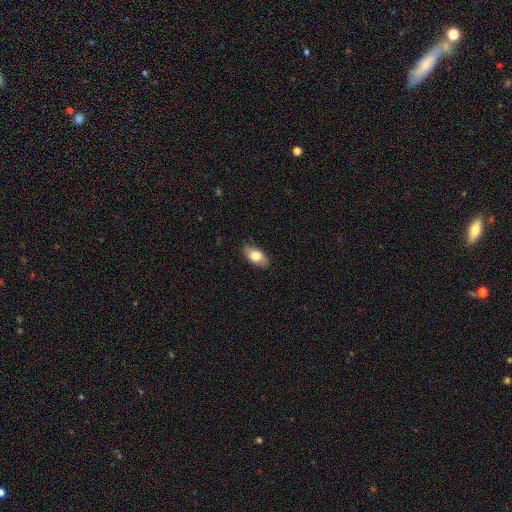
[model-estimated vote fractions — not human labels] smooth_or_featured: smooth (p=0.77) [alt: featured or disk p=0.17]
how_rounded: in between (p=0.91) [alt: round p=0.05]
merging: none (p=0.86) [alt: minor disturbance p=0.11]